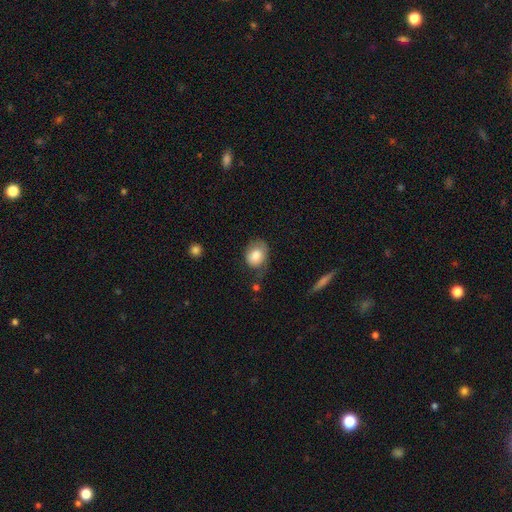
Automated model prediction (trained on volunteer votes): This is likely a smooth galaxy (76%). How rounded: possibly in between (53%). Merging: possibly none (49%).